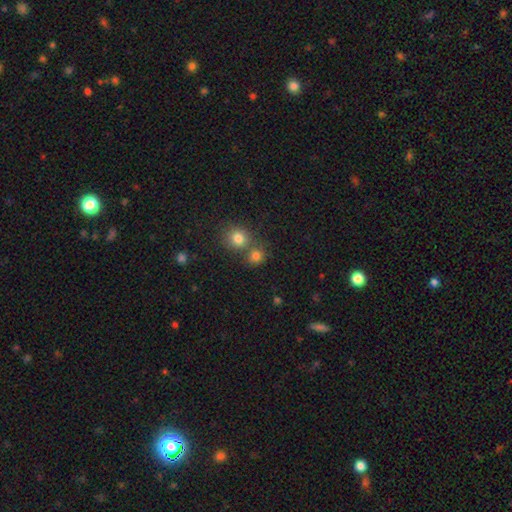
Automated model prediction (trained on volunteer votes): Smooth or featured?
  - smooth: 78% *
  - star or artifact: 15%
  - featured or disk: 7%
How rounded?
  - round: 82% *
  - in between: 17%
  - cigar-shaped: 1%
Merging?
  - none: 55% *
  - merger: 34%
  - minor disturbance: 8%
  - major disturbance: 3%